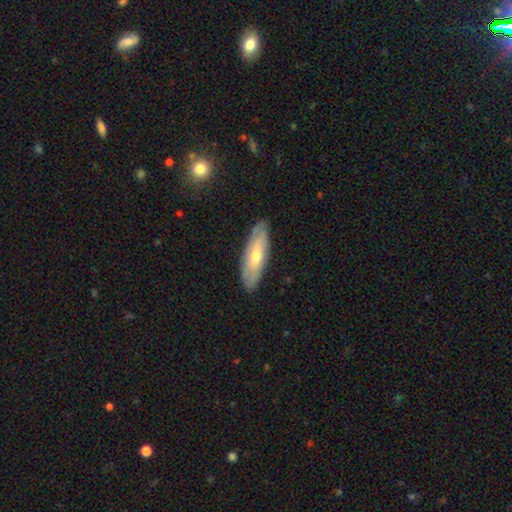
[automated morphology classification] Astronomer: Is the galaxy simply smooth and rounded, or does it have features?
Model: featured or disk — 48% (runner-up: smooth, 47%).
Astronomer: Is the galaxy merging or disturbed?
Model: none — 85%.